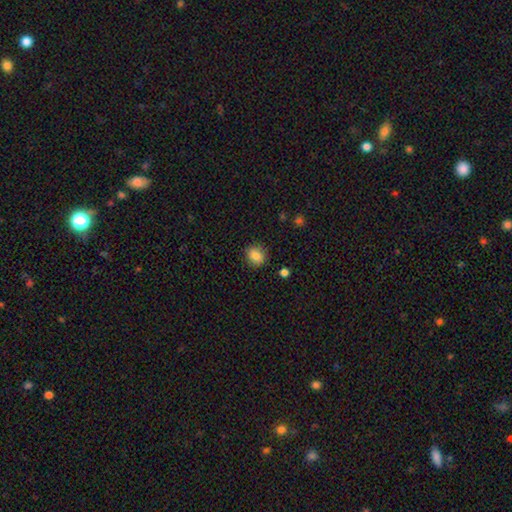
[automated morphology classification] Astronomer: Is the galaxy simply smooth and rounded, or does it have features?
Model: smooth — 85%.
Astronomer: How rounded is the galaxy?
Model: round — 68%.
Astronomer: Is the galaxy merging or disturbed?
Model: none — 86%.